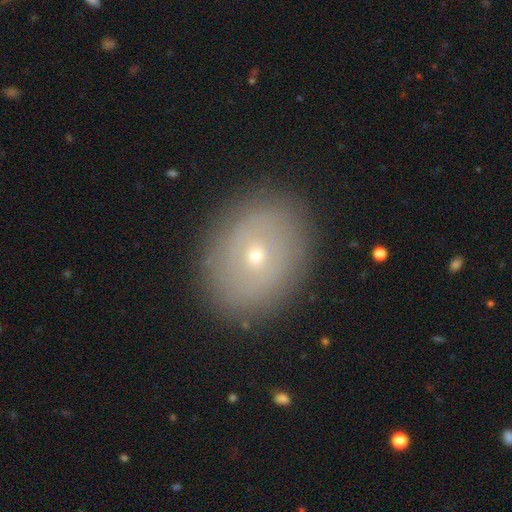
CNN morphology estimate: This is possibly a smooth galaxy (47%). Merging: clearly none (88%).